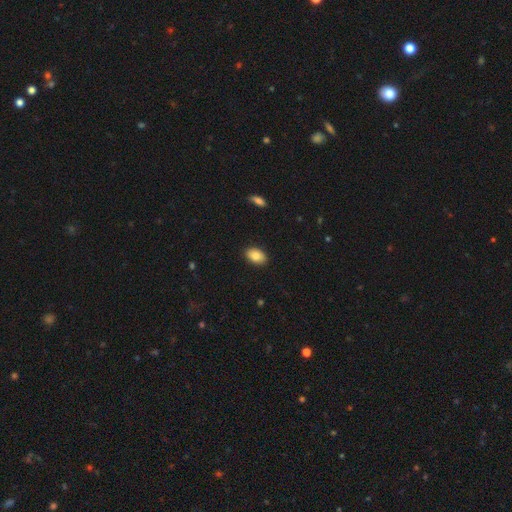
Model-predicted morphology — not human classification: smooth-or-featured: smooth: 86% | star or artifact: 7% | featured or disk: 7%
  how-rounded: in between: 90% | round: 9% | cigar-shaped: 1%
  merging: none: 89% | minor disturbance: 8% | major disturbance: 2% | merger: 1%